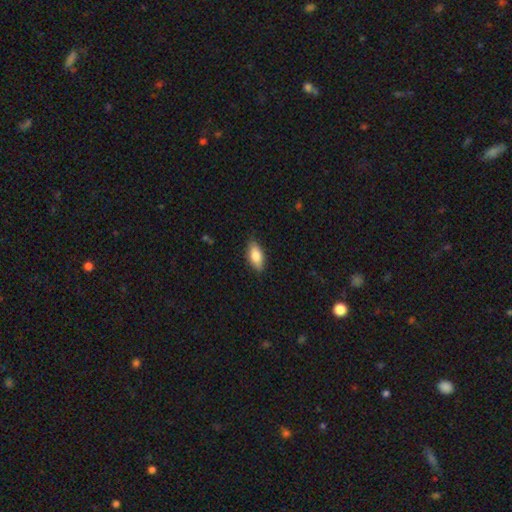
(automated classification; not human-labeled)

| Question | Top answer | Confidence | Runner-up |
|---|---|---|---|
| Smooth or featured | smooth | 80% | featured or disk (14%) |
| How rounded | in between | 85% | cigar-shaped (12%) |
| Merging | none | 85% | minor disturbance (12%) |